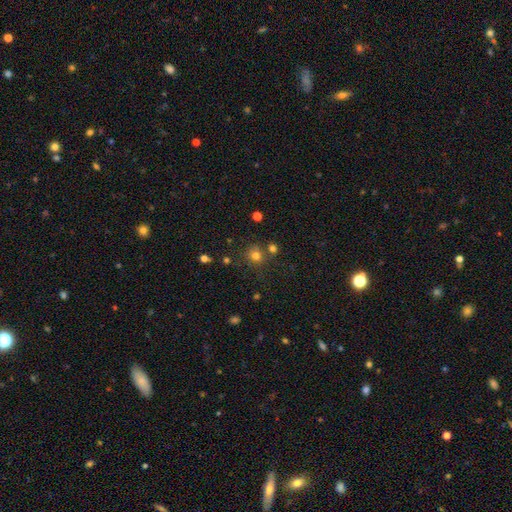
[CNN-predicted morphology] Smooth or featured?
  - smooth: 74% *
  - star or artifact: 18%
  - featured or disk: 8%
How rounded?
  - round: 85% *
  - in between: 14%
  - cigar-shaped: 1%
Merging?
  - none: 74% *
  - merger: 12%
  - minor disturbance: 11%
  - major disturbance: 4%